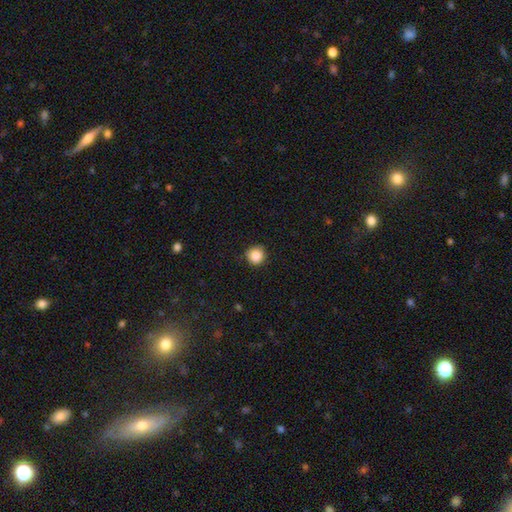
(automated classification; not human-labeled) Morphology: type=smooth (87%); roundness=round (91%); merging=none (83%).